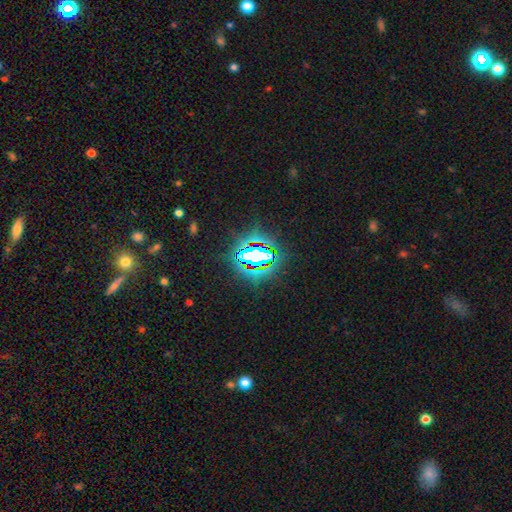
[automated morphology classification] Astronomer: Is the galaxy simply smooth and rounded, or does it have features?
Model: star or artifact — 75%.